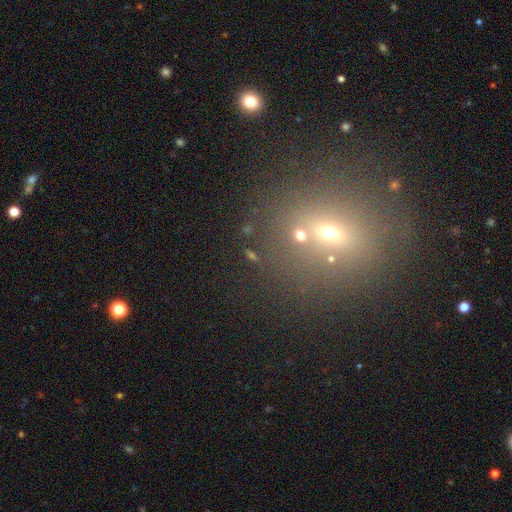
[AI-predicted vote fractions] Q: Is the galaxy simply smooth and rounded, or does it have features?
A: star or artifact — 48%.